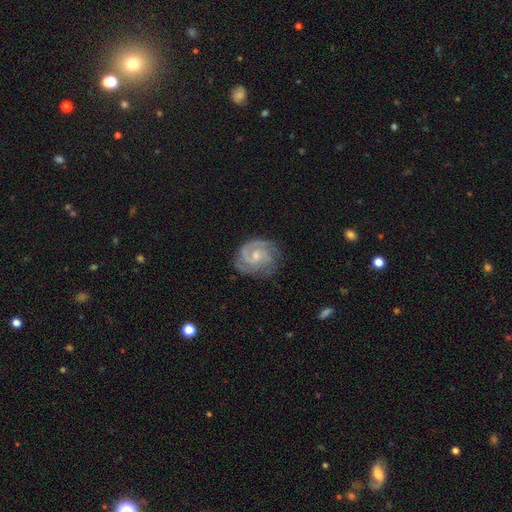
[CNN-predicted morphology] Overall: featured or disk (87%). Edge-on disk: no (98%). Bar: no (56%; weak 38%). Spiral arms: yes (97%). Spiral arm count: 2 (47%; 3 27%). Spiral winding: tight (58%; medium 36%). Bulge size: small (58%; moderate 36%). Merging: none (75%).